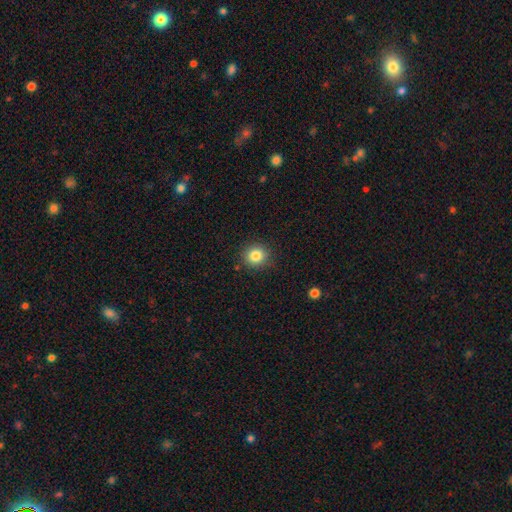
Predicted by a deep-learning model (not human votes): A smooth galaxy with no disk features (84%) that is round (89%).

Vote fractions:
- Smooth or featured? smooth: 84% / star or artifact: 11% / featured or disk: 5%
- How rounded? round: 89% / in between: 10% / cigar-shaped: 1%
- Merging? none: 90% / minor disturbance: 7% / major disturbance: 2% / merger: 1%